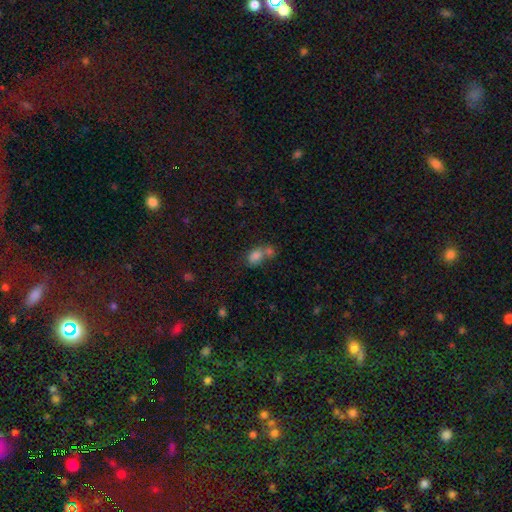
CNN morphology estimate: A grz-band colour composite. It shows a smooth galaxy with no disk features (78%) that is in between round and cigar-shaped (75%). Merging: merger (57%).